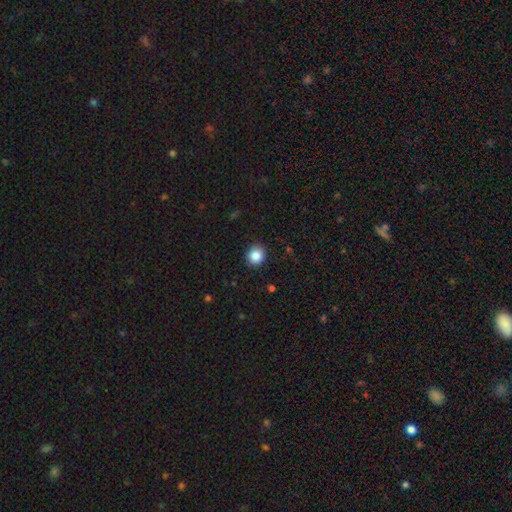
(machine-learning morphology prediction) type=smooth (86%); roundness=round (85%); merging=none (91%).